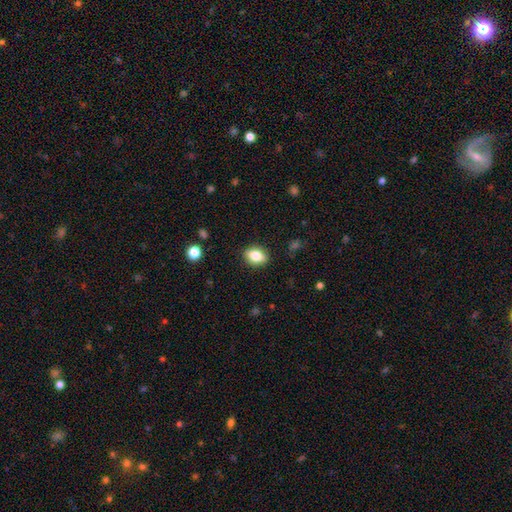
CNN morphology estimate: The model was most divided on "how rounded": in between: 72%, round: 25%, cigar-shaped: 3%. More confident: merging — none (87%); smooth or featured — smooth (78%).